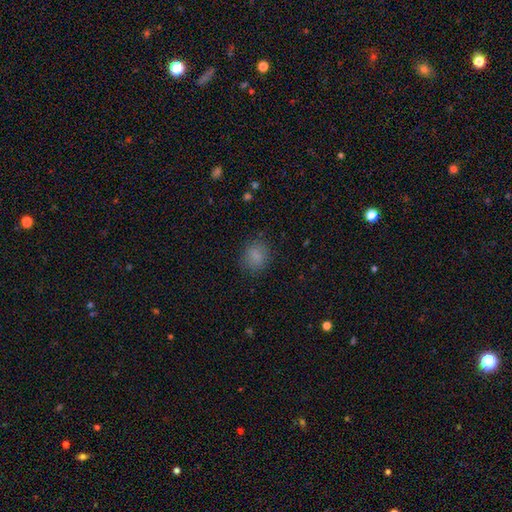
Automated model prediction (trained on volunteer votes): Morphology: type=smooth (83%); roundness=round (71%); merging=none (85%).